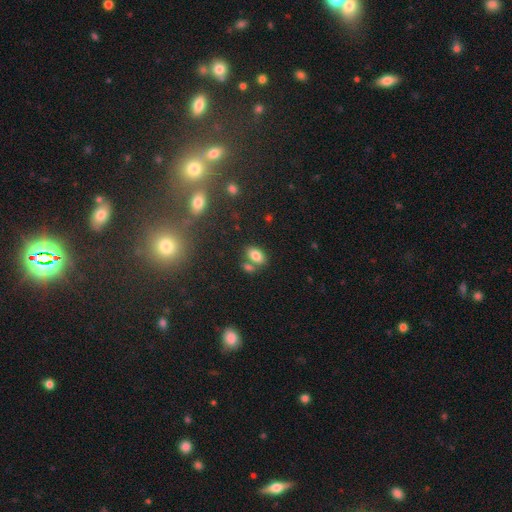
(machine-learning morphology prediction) smooth-or-featured: smooth: 81% | star or artifact: 10% | featured or disk: 9%
  how-rounded: in between: 89% | round: 9% | cigar-shaped: 2%
  merging: none: 60% | merger: 25% | minor disturbance: 11% | major disturbance: 3%